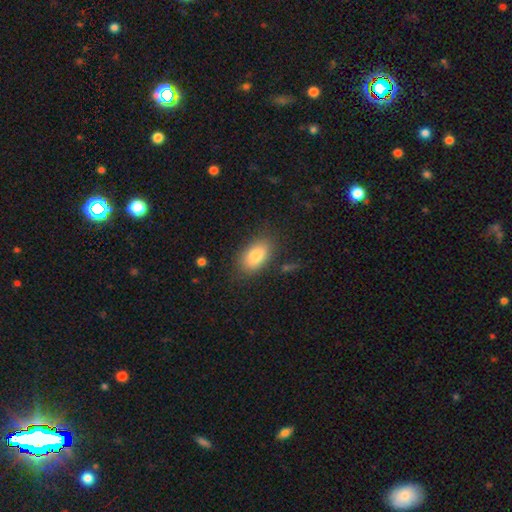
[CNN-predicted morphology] Smooth or featured? Predicted: smooth (p=0.84). How rounded? Predicted: in between (p=0.91). Merging? Predicted: none (p=0.81).